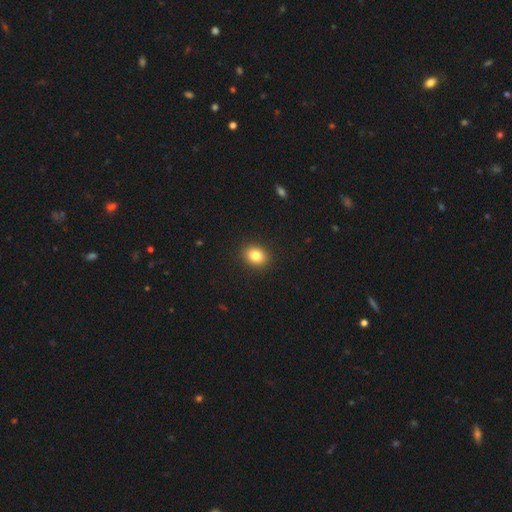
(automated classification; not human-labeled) Smooth or featured?
  - smooth: 83% *
  - star or artifact: 10%
  - featured or disk: 7%
How rounded?
  - in between: 51% *
  - round: 48%
  - cigar-shaped: 1%
Merging?
  - none: 91% *
  - minor disturbance: 6%
  - major disturbance: 2%
  - merger: 1%